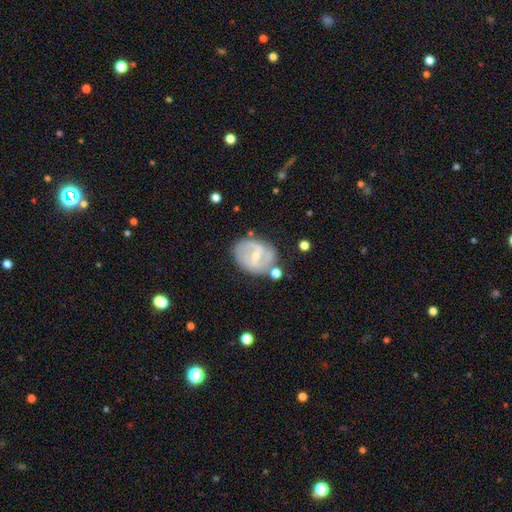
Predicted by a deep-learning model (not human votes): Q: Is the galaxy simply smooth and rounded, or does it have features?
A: featured or disk — 68%.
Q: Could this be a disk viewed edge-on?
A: no — 96%.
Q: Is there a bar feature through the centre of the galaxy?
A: weak — 48%.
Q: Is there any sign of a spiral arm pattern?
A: yes — 63%.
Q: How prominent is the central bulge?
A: small — 62%.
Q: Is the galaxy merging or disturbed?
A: none — 63%.